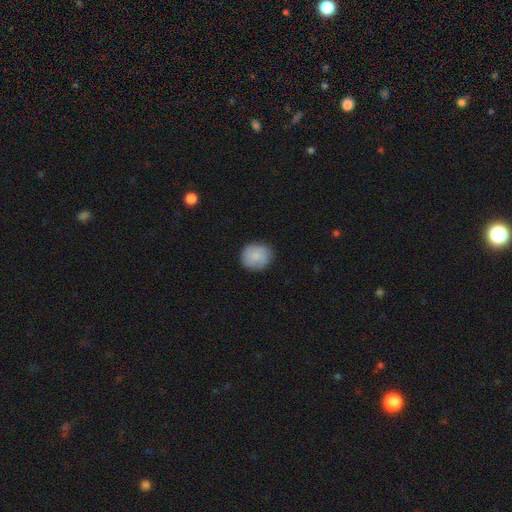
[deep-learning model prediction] Smooth or featured: smooth — 81% (featured or disk — 13%)
How rounded: round — 84% (in between — 15%)
Merging: none — 85% (minor disturbance — 11%)